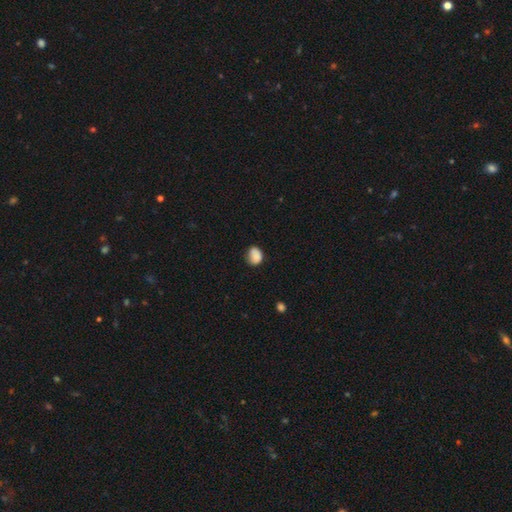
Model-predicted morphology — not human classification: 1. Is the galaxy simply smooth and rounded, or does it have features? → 85% smooth, 9% star or artifact, 6% featured or disk.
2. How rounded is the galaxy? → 52% round, 47% in between, 1% cigar-shaped.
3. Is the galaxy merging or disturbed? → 67% none, 25% minor disturbance, 5% major disturbance, 2% merger.